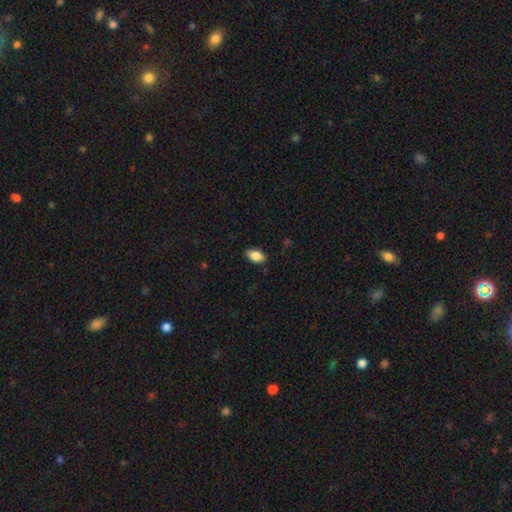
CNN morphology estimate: smooth 87%, star or artifact 7%, featured or disk 6%. Down the decision tree: how rounded — in between (92%); merging — none (87%).